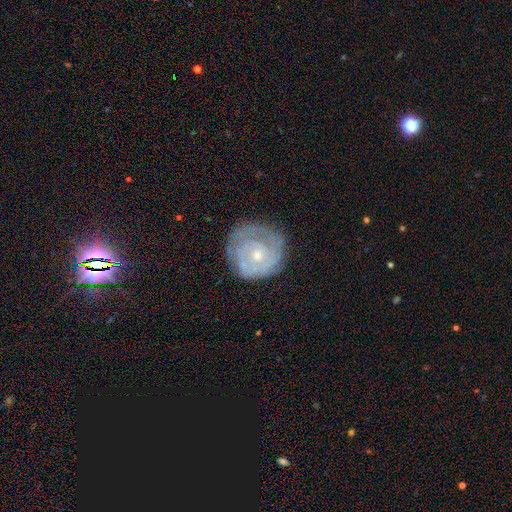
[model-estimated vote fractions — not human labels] The model was most divided on "bulge size": small: 58%, moderate: 37%, none: 2%, large: 2%, dominant: 1%. More confident: edge-on disk — no (98%); bar — no (80%); spiral arms — yes (74%); merging — none (71%); smooth or featured — featured or disk (68%).